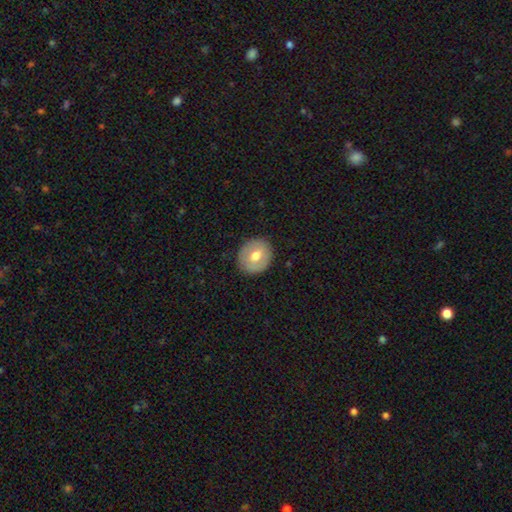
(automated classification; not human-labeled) A smooth galaxy with no disk features (62%) that is round (73%).

Vote fractions:
- Smooth or featured? smooth: 62% / featured or disk: 31% / star or artifact: 7%
- How rounded? round: 73% / in between: 26% / cigar-shaped: 1%
- Merging? none: 88% / minor disturbance: 9% / major disturbance: 3% / merger: 1%